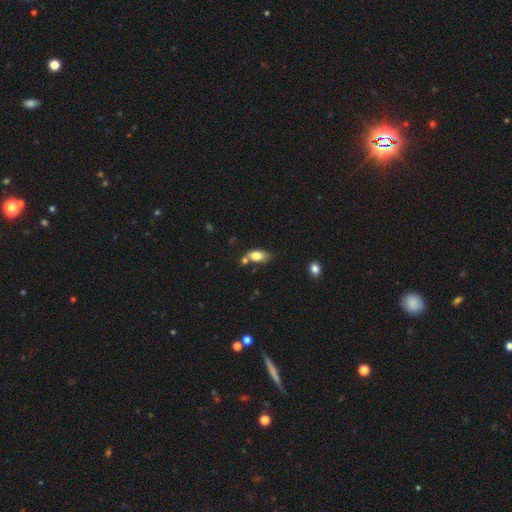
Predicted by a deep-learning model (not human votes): smooth_or_featured: smooth (p=0.78) [alt: featured or disk p=0.13]
how_rounded: in between (p=0.85) [alt: round p=0.11]
merging: none (p=0.49) [alt: merger p=0.24]